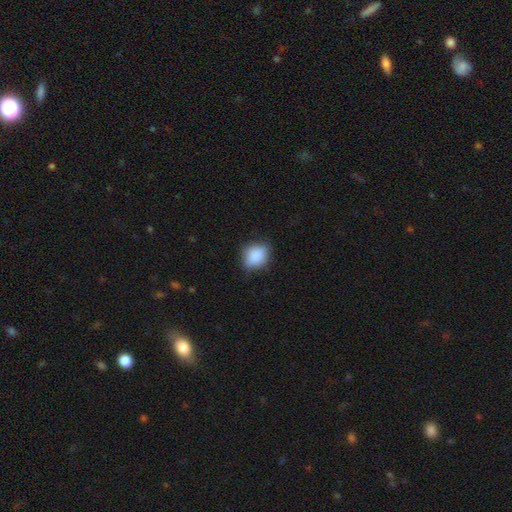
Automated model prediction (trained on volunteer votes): Smooth or featured: smooth — 86% (star or artifact — 8%)
How rounded: round — 57% (in between — 42%)
Merging: none — 75% (minor disturbance — 20%)